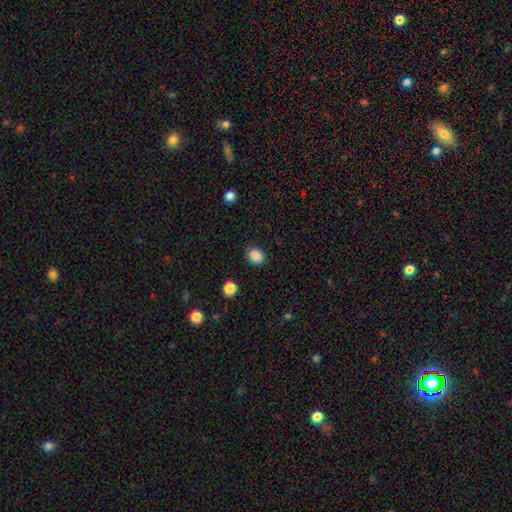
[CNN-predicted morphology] Smooth or featured?
  - smooth: 87% *
  - star or artifact: 9%
  - featured or disk: 3%
How rounded?
  - in between: 54% *
  - round: 45%
  - cigar-shaped: 1%
Merging?
  - none: 84% *
  - minor disturbance: 12%
  - major disturbance: 3%
  - merger: 1%